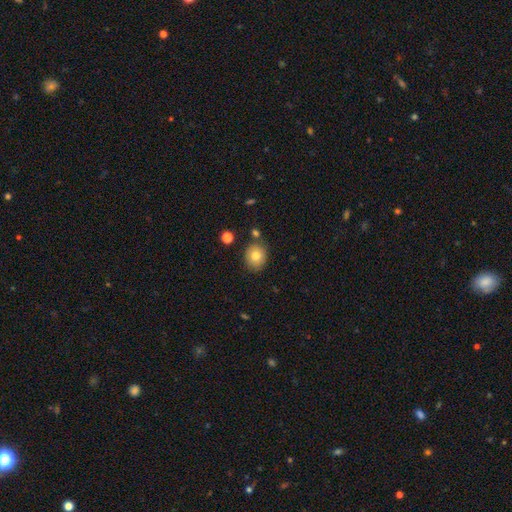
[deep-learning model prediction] Q: Smooth or featured?
A: smooth (78%); runner-up: featured or disk (12%)
Q: How rounded?
A: round (67%); runner-up: in between (32%)
Q: Merging?
A: none (80%); runner-up: minor disturbance (11%)